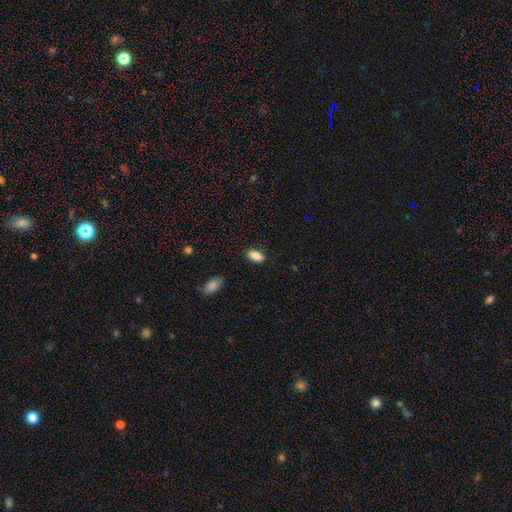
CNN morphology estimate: type=smooth (86%); roundness=in between (89%); merging=none (84%).